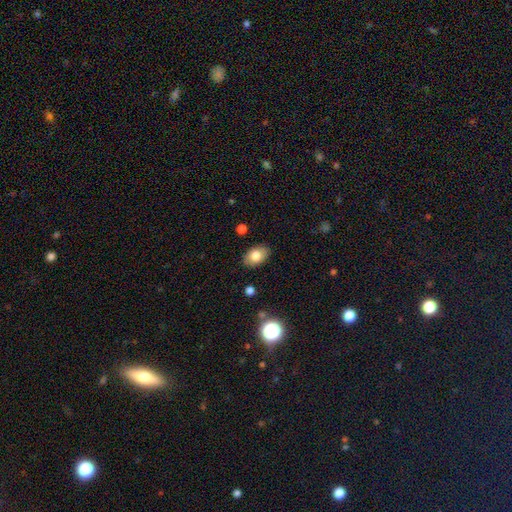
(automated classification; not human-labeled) smooth-or-featured: smooth: 79% | featured or disk: 13% | star or artifact: 8%
  how-rounded: in between: 87% | round: 12% | cigar-shaped: 1%
  merging: none: 86% | minor disturbance: 10% | major disturbance: 2% | merger: 1%